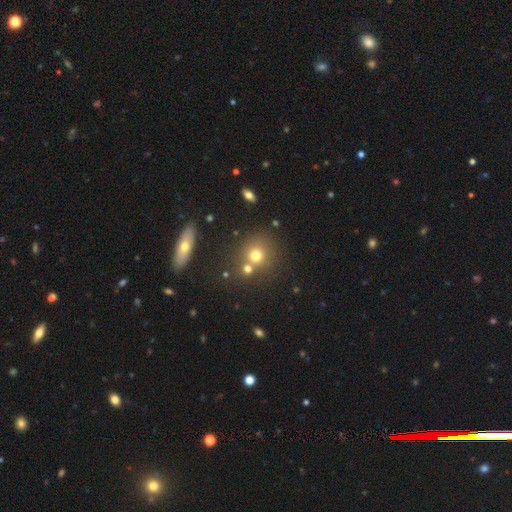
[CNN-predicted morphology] smooth 70%, star or artifact 16%, featured or disk 14%. Down the decision tree: how rounded — round (85%); merging — none (60%).